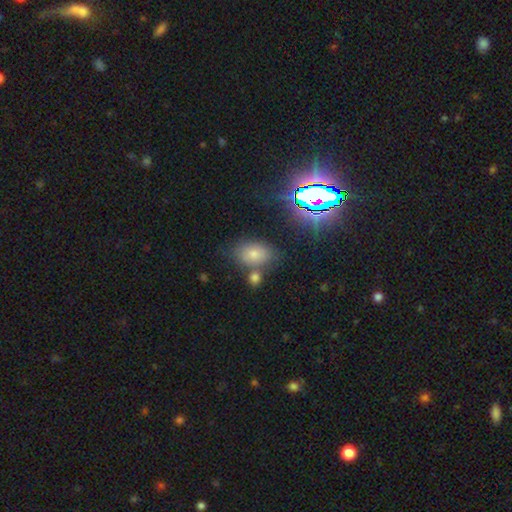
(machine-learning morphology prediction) This is possibly a smooth galaxy (50%). Merging: likely none (74%).